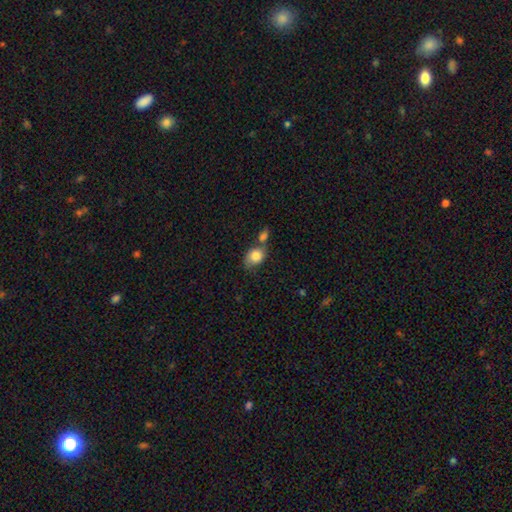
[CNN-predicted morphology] smooth 83%, featured or disk 9%, star or artifact 7%. Down the decision tree: how rounded — in between (60%); merging — merger (39%).